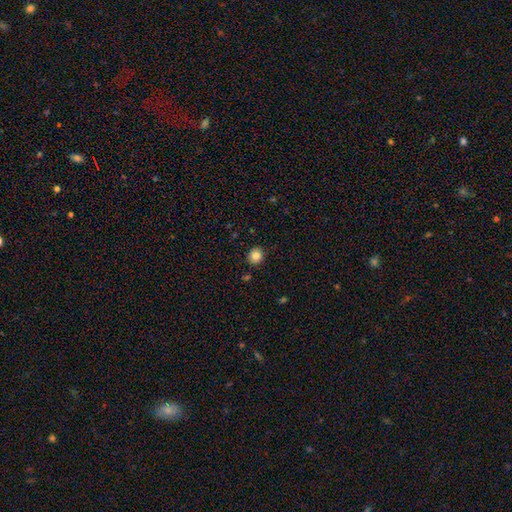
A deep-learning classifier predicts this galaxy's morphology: This is clearly a smooth galaxy (82%). How rounded: clearly round (86%). Merging: clearly none (90%).